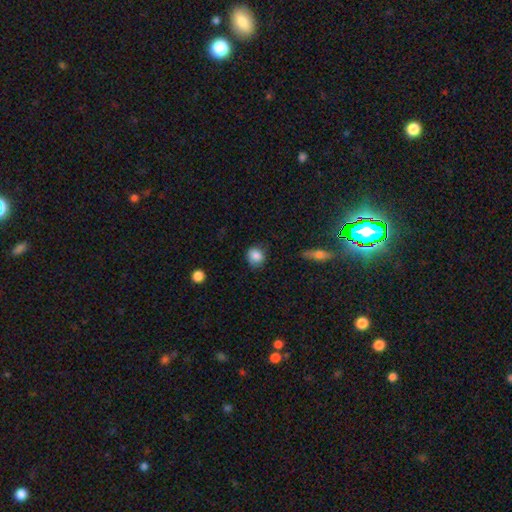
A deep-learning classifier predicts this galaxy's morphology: Smooth or featured? smooth (85%)
How rounded? round (74%)
Merging? none (78%)